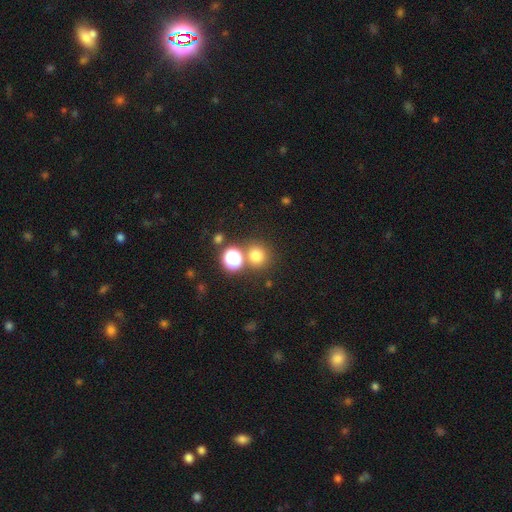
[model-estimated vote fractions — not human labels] The model was most divided on "smooth or featured": smooth: 73%, star or artifact: 21%, featured or disk: 6%. More confident: how rounded — round (88%); merging — none (74%).